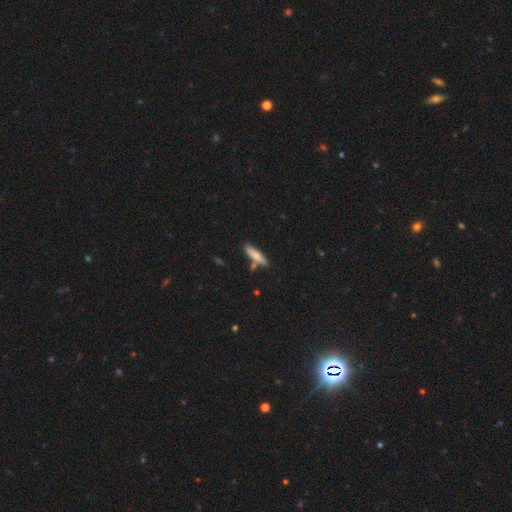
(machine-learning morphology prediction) This is likely a smooth galaxy (72%). How rounded: likely cigar-shaped (78%). Merging: likely none (74%).